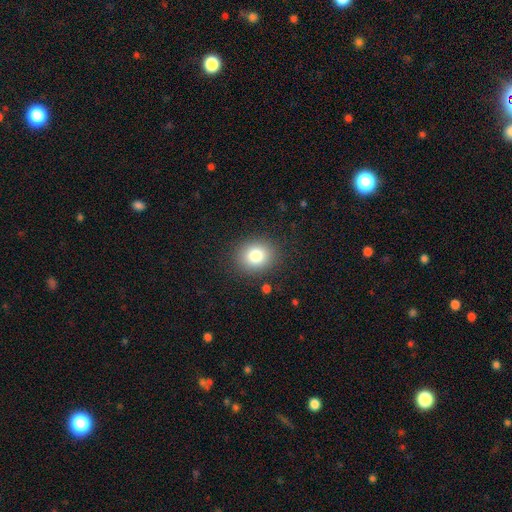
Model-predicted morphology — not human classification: Q: Smooth or featured?
A: smooth (81%); runner-up: star or artifact (11%)
Q: How rounded?
A: round (73%); runner-up: in between (27%)
Q: Merging?
A: none (88%); runner-up: minor disturbance (8%)